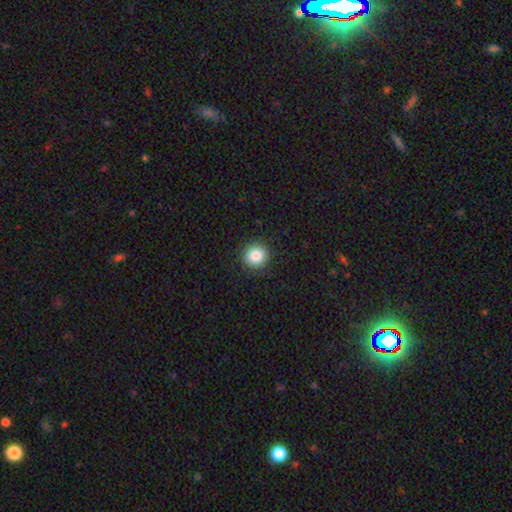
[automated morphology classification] smooth 85%, star or artifact 10%, featured or disk 5%. Down the decision tree: how rounded — round (92%); merging — none (92%).